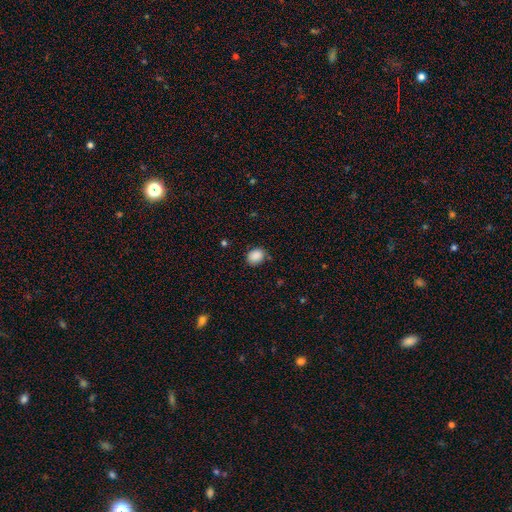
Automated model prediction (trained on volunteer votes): This appears to be a smooth galaxy with no disk features (88%) that is in between round and cigar-shaped (55%). Merging: none (79%).